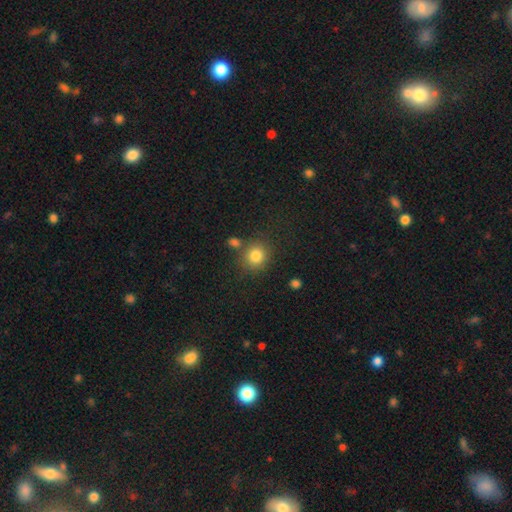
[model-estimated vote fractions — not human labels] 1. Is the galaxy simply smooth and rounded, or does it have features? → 82% smooth, 11% star or artifact, 7% featured or disk.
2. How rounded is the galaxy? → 87% round, 13% in between, 1% cigar-shaped.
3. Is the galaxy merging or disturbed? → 75% none, 11% merger, 10% minor disturbance, 4% major disturbance.